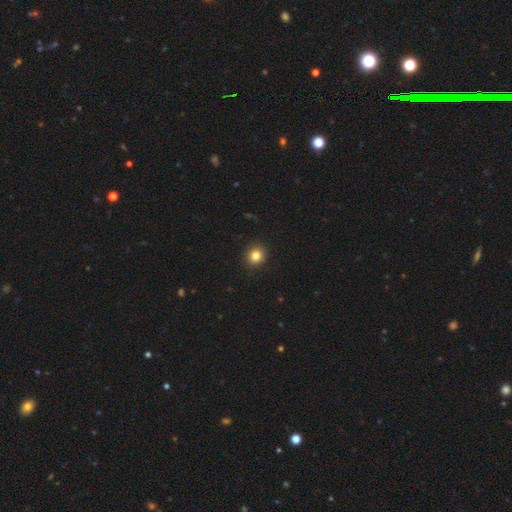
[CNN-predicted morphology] Smooth or featured? Predicted: smooth (p=0.83). How rounded? Predicted: round (p=0.87). Merging? Predicted: none (p=0.92).